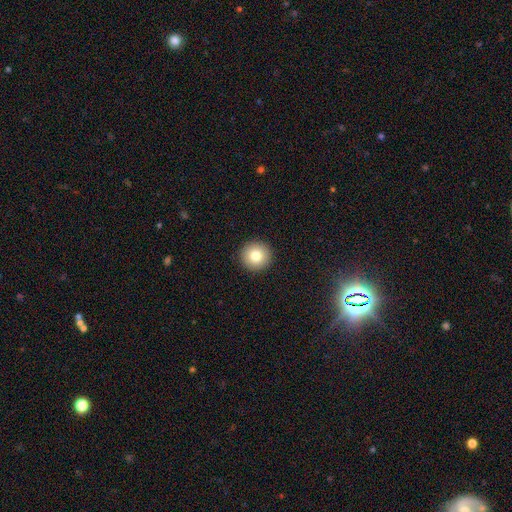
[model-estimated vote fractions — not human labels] Smooth or featured?
  - smooth: 80% *
  - star or artifact: 10%
  - featured or disk: 10%
How rounded?
  - round: 96% *
  - in between: 3%
  - cigar-shaped: 1%
Merging?
  - none: 93% *
  - minor disturbance: 4%
  - major disturbance: 2%
  - merger: 1%